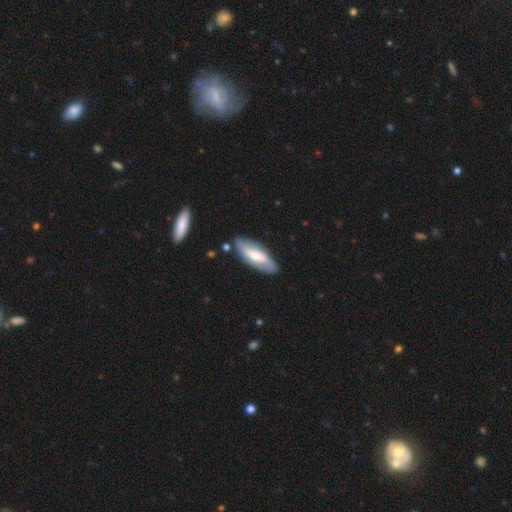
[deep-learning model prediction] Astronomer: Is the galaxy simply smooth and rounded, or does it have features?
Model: featured or disk — 56% (runner-up: smooth, 39%).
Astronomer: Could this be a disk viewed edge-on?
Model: no — 81%.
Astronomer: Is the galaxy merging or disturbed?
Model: none — 82%.